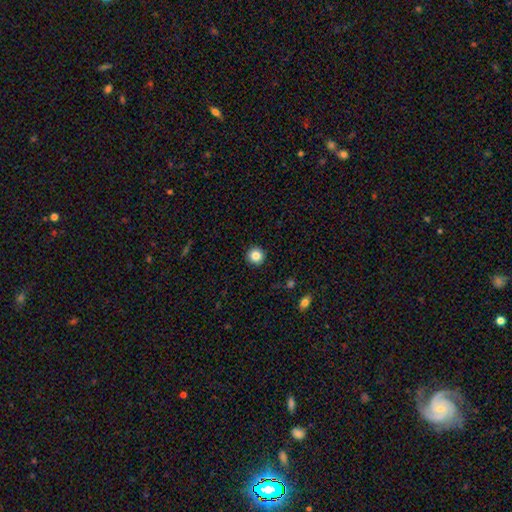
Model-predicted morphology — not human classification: Q: Smooth or featured?
A: smooth (85%); runner-up: star or artifact (10%)
Q: How rounded?
A: round (95%); runner-up: in between (4%)
Q: Merging?
A: none (92%); runner-up: minor disturbance (5%)